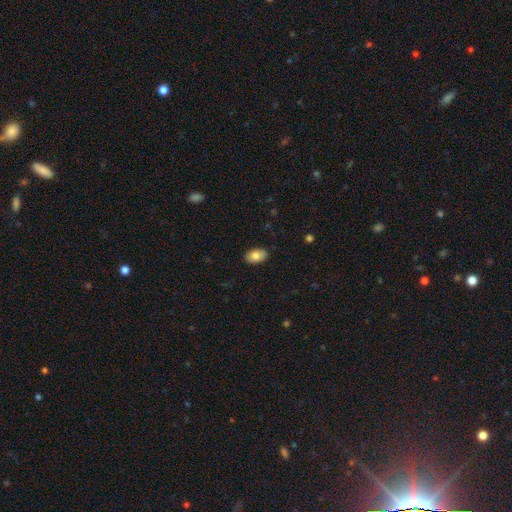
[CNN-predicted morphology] Q: Smooth or featured?
A: smooth (80%); runner-up: featured or disk (13%)
Q: How rounded?
A: in between (91%); runner-up: round (8%)
Q: Merging?
A: none (87%); runner-up: minor disturbance (10%)